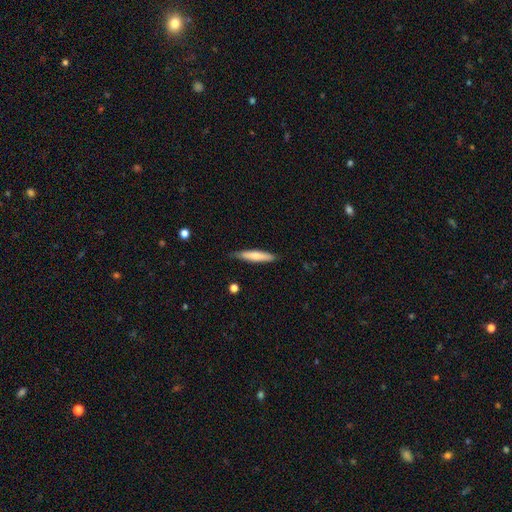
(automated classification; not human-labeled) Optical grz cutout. It shows a smooth galaxy with no disk features (69%) that is cigar-shaped (88%). Merging: none (80%).